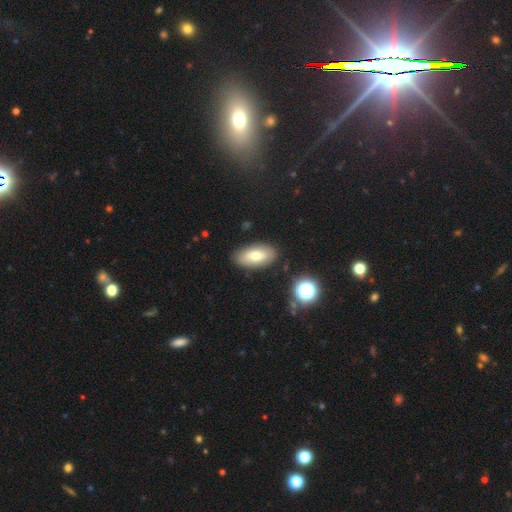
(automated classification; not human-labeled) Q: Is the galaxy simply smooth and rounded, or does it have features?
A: smooth — 67%.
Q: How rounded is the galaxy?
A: in between — 91%.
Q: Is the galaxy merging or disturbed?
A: none — 85%.